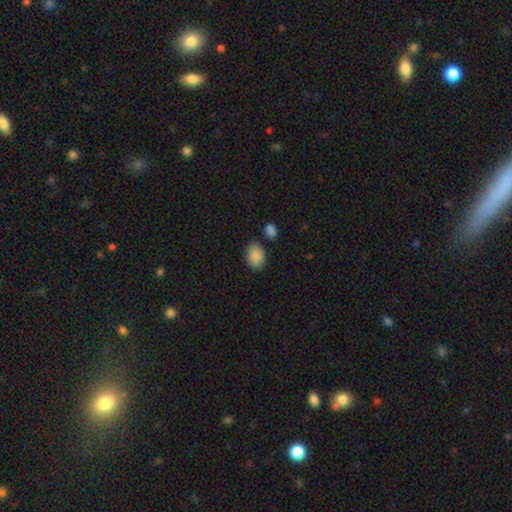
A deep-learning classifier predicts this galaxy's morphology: The model was most divided on "how rounded": in between: 77%, round: 22%, cigar-shaped: 1%. More confident: smooth or featured — smooth (88%); merging — none (77%).